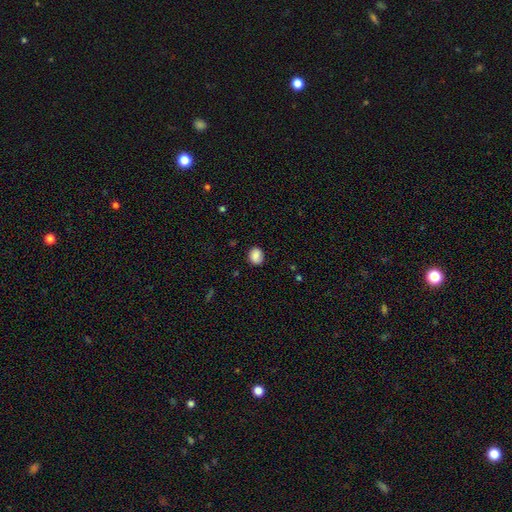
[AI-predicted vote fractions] Smooth or featured?
  - smooth: 87% *
  - star or artifact: 8%
  - featured or disk: 5%
How rounded?
  - round: 65% *
  - in between: 34%
  - cigar-shaped: 1%
Merging?
  - none: 86% *
  - minor disturbance: 11%
  - major disturbance: 3%
  - merger: 1%